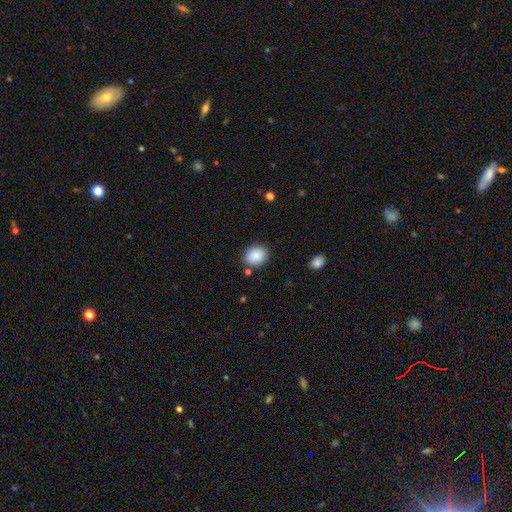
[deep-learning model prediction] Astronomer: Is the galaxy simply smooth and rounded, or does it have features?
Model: smooth — 88%.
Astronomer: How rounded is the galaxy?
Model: round — 57% (runner-up: in between, 42%).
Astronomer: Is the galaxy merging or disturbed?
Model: none — 84%.